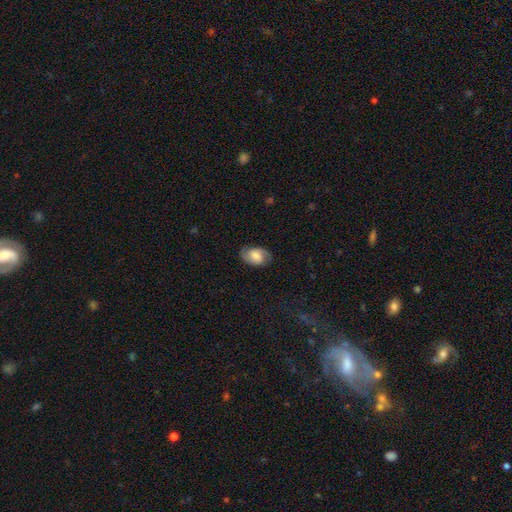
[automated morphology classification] Smooth or featured: featured or disk — 51% (smooth — 41%)
Edge-on disk: no — 96% (yes — 4%)
Merging: none — 79% (minor disturbance — 15%)